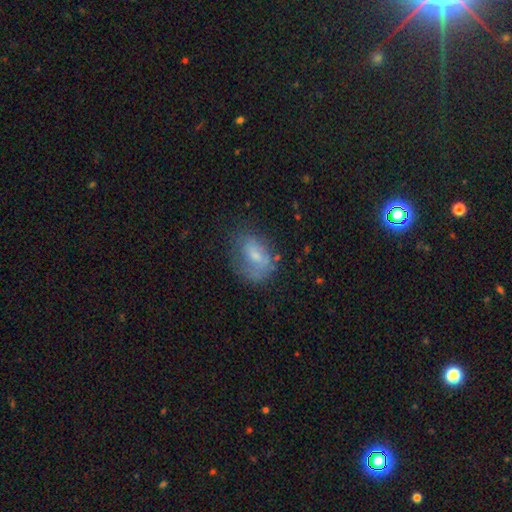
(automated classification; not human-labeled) This is possibly a smooth galaxy (56%). How rounded: likely in between (74%). Merging: possibly none (48%).